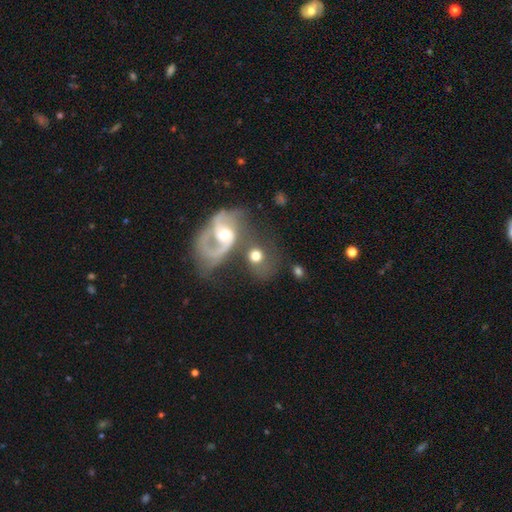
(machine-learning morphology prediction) A smooth galaxy with no disk features (48%). Merging: merger (39%).